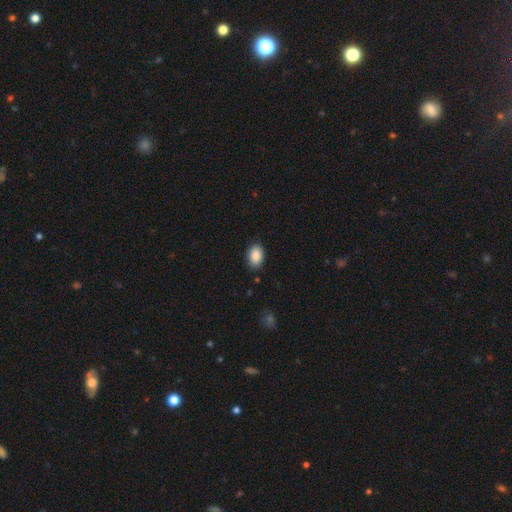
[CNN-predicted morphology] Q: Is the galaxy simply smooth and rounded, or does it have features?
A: smooth — 89%.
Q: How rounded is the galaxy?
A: in between — 88%.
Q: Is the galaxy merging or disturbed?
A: none — 87%.